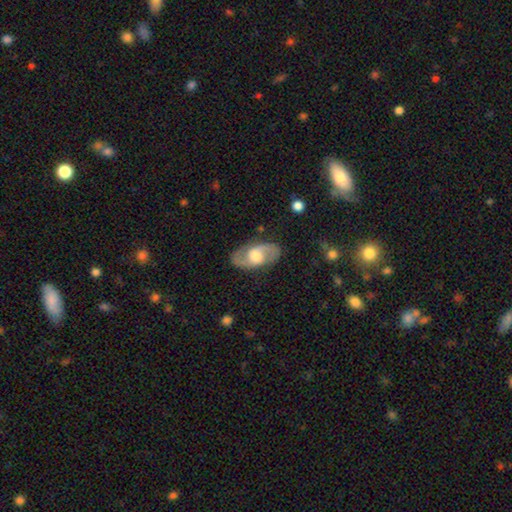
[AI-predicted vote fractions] Overall: featured or disk (73%). Edge-on disk: no (93%). Bar: no (45%; weak 43%). Spiral arms: yes (85%). Spiral arm count: 2 (89%). Spiral winding: medium (51%; loose 32%). Bulge size: moderate (49%; large 36%). Merging: none (81%).